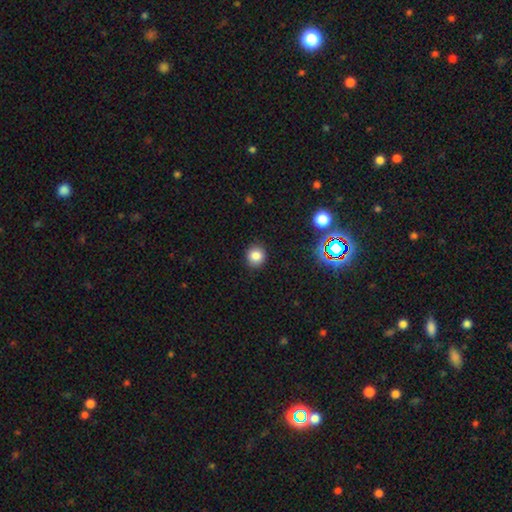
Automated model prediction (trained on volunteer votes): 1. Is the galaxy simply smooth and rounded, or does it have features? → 81% smooth, 13% star or artifact, 6% featured or disk.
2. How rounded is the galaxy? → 86% round, 13% in between, 1% cigar-shaped.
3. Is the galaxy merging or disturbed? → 90% none, 7% minor disturbance, 2% major disturbance, 1% merger.